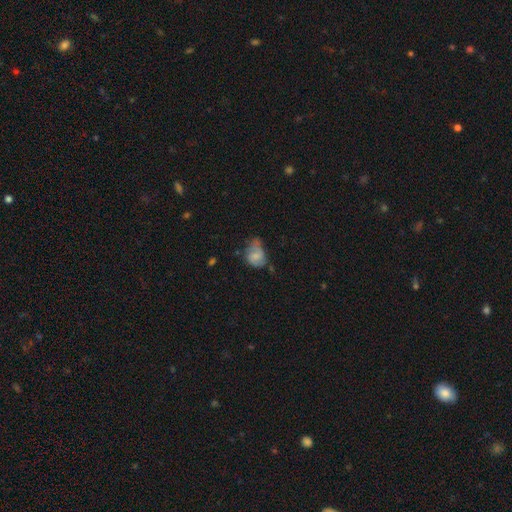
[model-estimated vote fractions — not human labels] Smooth or featured: smooth — 53% (featured or disk — 38%)
How rounded: in between — 64% (round — 34%)
Merging: minor disturbance — 38% (none — 32%)